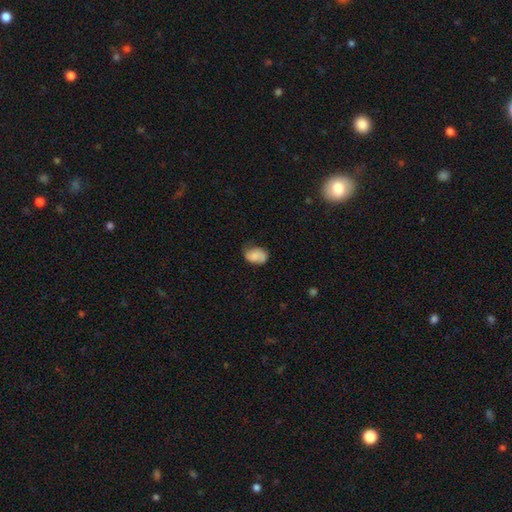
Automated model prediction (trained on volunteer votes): smooth-or-featured: smooth: 75% | featured or disk: 17% | star or artifact: 8%
  how-rounded: in between: 80% | round: 19% | cigar-shaped: 1%
  merging: none: 58% | minor disturbance: 31% | major disturbance: 9% | merger: 2%